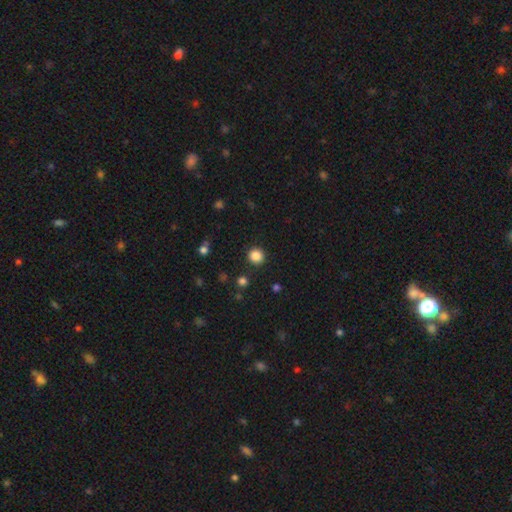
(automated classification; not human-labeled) Overall: smooth (85%). How rounded: round (94%). Merging: none (91%).